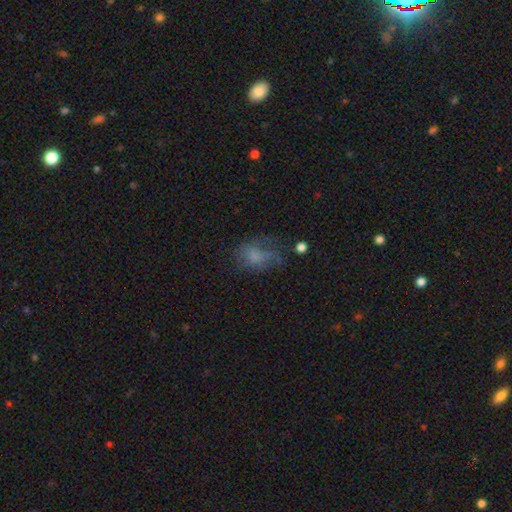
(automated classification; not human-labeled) A smooth galaxy with no disk features (59%) that is in between round and cigar-shaped (74%).

Vote fractions:
- Smooth or featured? smooth: 59% / featured or disk: 25% / star or artifact: 15%
- How rounded? in between: 74% / round: 24% / cigar-shaped: 2%
- Merging? none: 39% / major disturbance: 31% / minor disturbance: 27% / merger: 3%